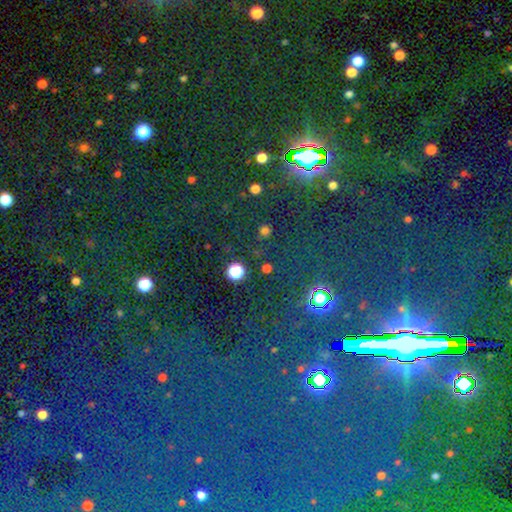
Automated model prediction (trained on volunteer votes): star or artifact 85%, smooth 8%, featured or disk 7%.